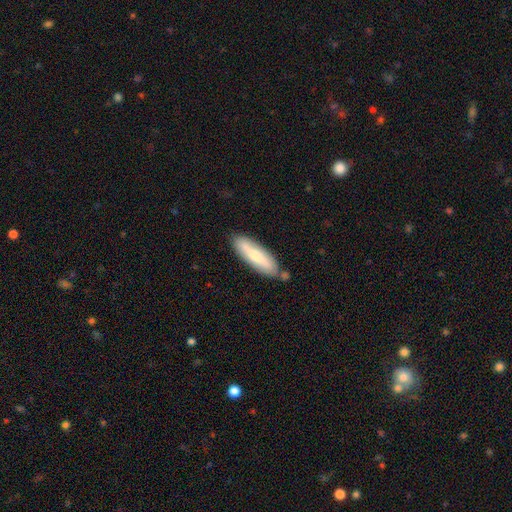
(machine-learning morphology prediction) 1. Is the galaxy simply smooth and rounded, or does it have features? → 70% smooth, 24% featured or disk, 6% star or artifact.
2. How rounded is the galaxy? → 56% cigar-shaped, 43% in between, 2% round.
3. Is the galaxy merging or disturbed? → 75% none, 14% minor disturbance, 7% merger, 3% major disturbance.